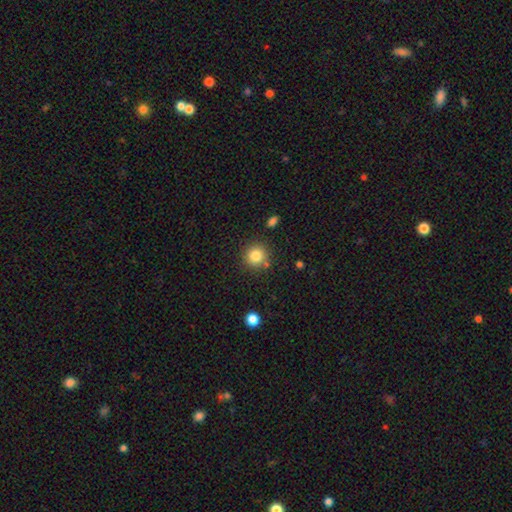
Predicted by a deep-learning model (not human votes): smooth_or_featured: smooth (p=0.83) [alt: star or artifact p=0.11]
how_rounded: round (p=0.92) [alt: in between p=0.07]
merging: none (p=0.81) [alt: minor disturbance p=0.10]